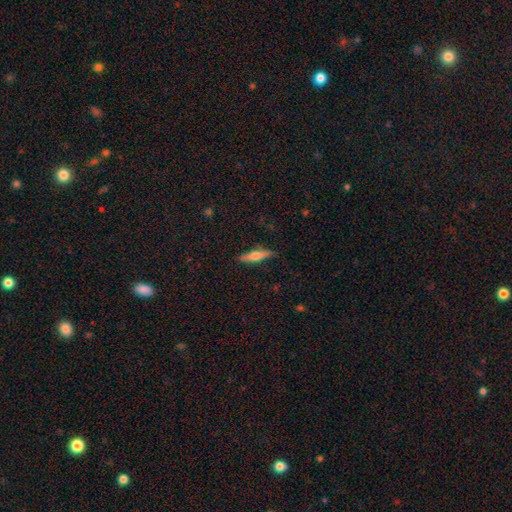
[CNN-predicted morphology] Q: Smooth or featured?
A: smooth (49%); runner-up: featured or disk (45%)
Q: Merging?
A: none (86%); runner-up: minor disturbance (10%)